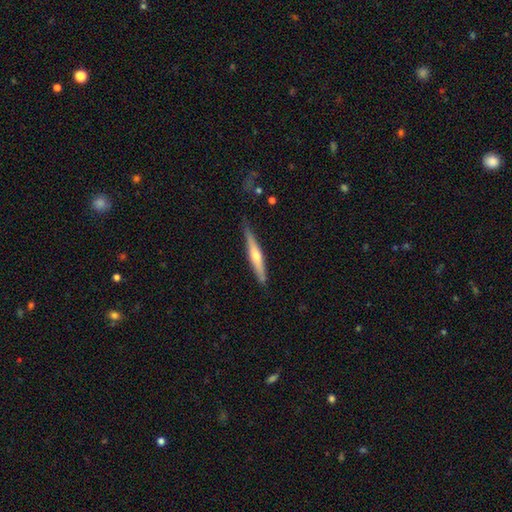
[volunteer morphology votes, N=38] Volunteers were most divided on "smooth or featured": featured or disk: 63%, smooth: 34%, star or artifact: 3%. More confident: merging — none (92%); edge-on disk — yes (88%); edge-on bulge — rounded (86%).